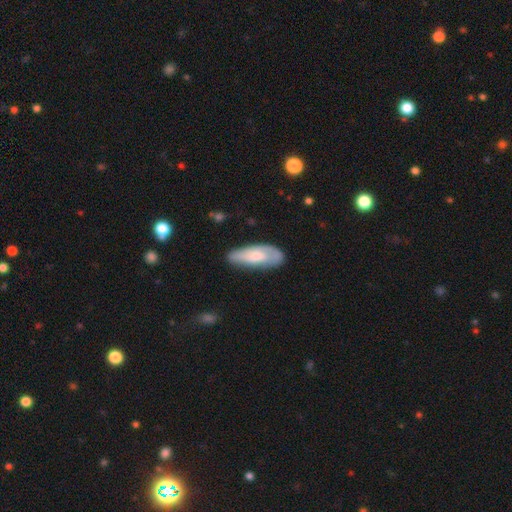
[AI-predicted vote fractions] Overall: smooth (54%; featured or disk 40%). How rounded: in between (74%). Merging: none (67%).